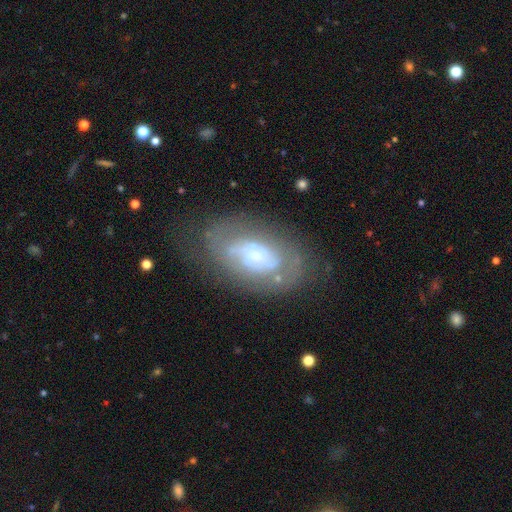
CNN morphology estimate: Q: Smooth or featured?
A: featured or disk (71%); runner-up: smooth (22%)
Q: Edge-on disk?
A: no (95%); runner-up: yes (5%)
Q: Bar?
A: no (75%); runner-up: weak (20%)
Q: Spiral arms?
A: yes (71%); runner-up: no (29%)
Q: Bulge size?
A: small (65%); runner-up: moderate (25%)
Q: Merging?
A: none (64%); runner-up: minor disturbance (20%)